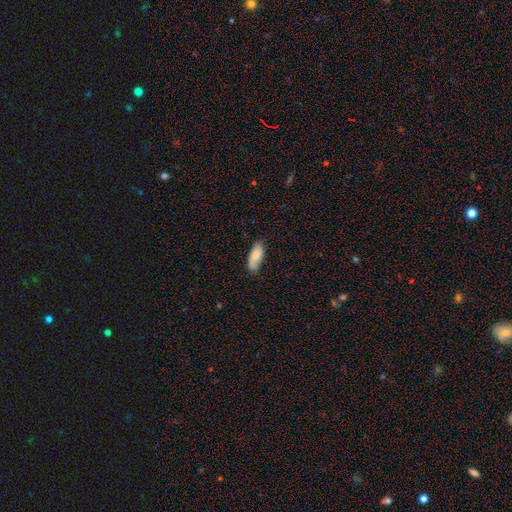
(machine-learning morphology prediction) This is likely a smooth galaxy (73%). How rounded: clearly in between (83%). Merging: likely none (72%).